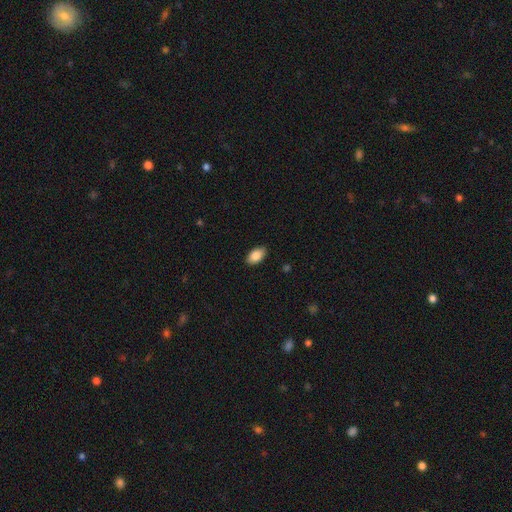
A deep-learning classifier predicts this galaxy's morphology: A smooth galaxy with no disk features (86%) that is in between round and cigar-shaped (93%). Merging: none (88%).